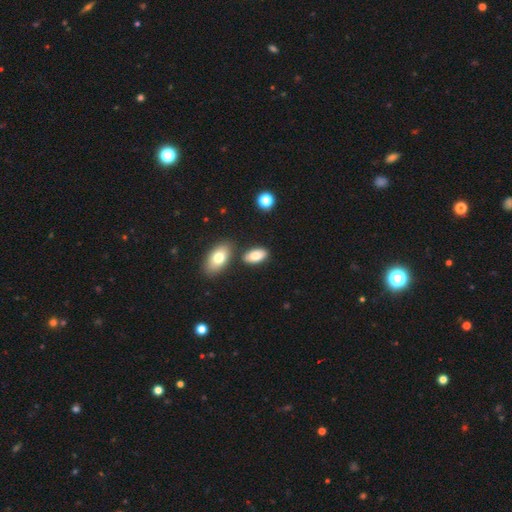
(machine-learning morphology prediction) Smooth or featured? Predicted: smooth (p=0.80). How rounded? Predicted: in between (p=0.93). Merging? Predicted: none (p=0.78).